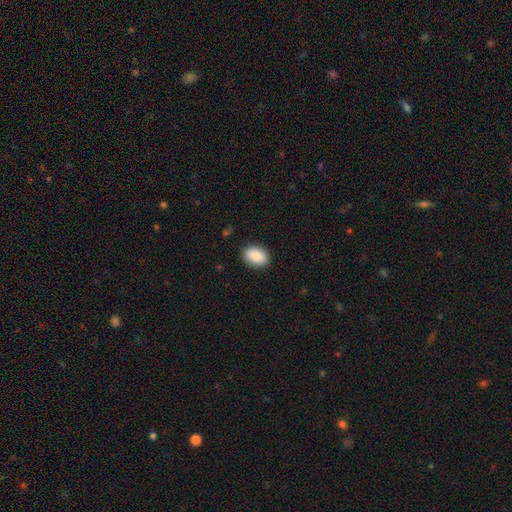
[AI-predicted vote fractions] Morphology: type=smooth (89%); roundness=in between (82%); merging=none (88%).